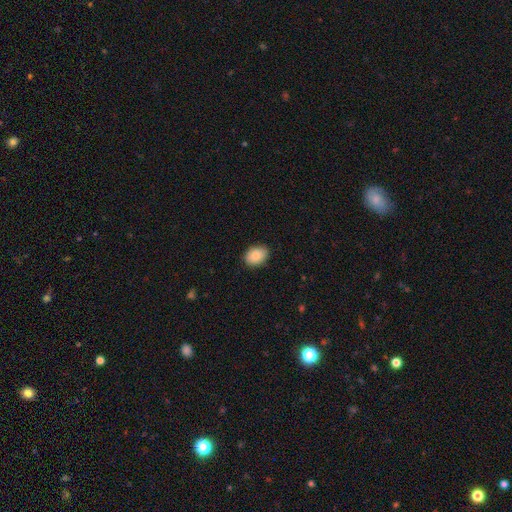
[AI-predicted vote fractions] This is clearly a smooth galaxy (87%). How rounded: likely in between (70%). Merging: clearly none (86%).